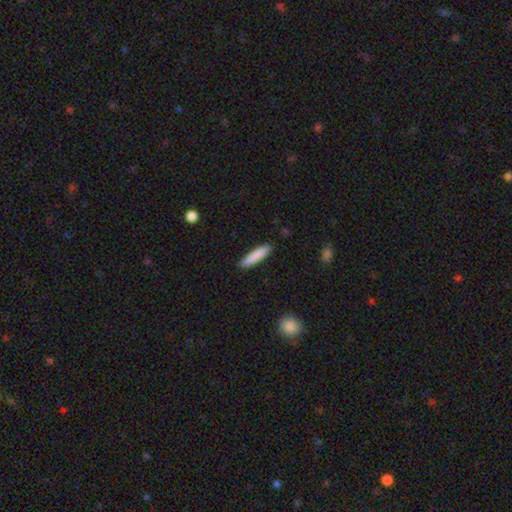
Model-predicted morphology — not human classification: A smooth galaxy with no disk features (86%) that is cigar-shaped (87%). Merging: none (91%).